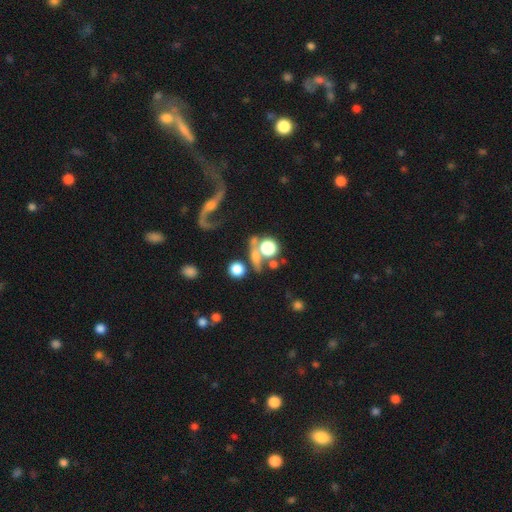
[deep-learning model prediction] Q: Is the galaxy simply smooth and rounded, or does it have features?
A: smooth — 47%.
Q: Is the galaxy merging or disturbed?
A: none — 56%.